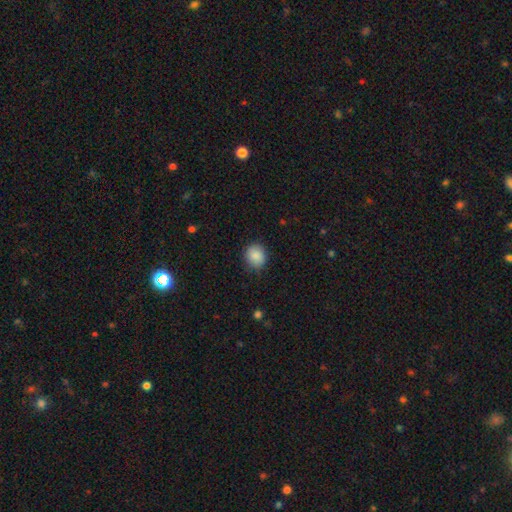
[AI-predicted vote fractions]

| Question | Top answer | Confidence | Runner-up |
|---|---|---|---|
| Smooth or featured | smooth | 88% | star or artifact (8%) |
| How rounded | round | 75% | in between (24%) |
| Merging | none | 84% | minor disturbance (12%) |